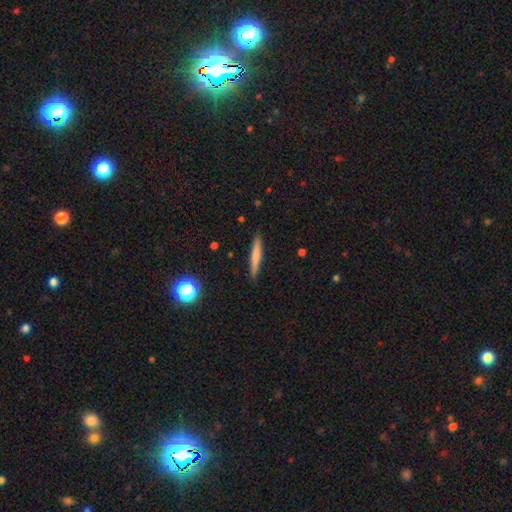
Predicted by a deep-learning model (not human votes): Smooth or featured?
  - smooth: 69% *
  - featured or disk: 24%
  - star or artifact: 7%
How rounded?
  - cigar-shaped: 94% *
  - in between: 5%
  - round: 1%
Merging?
  - none: 89% *
  - minor disturbance: 8%
  - major disturbance: 2%
  - merger: 1%